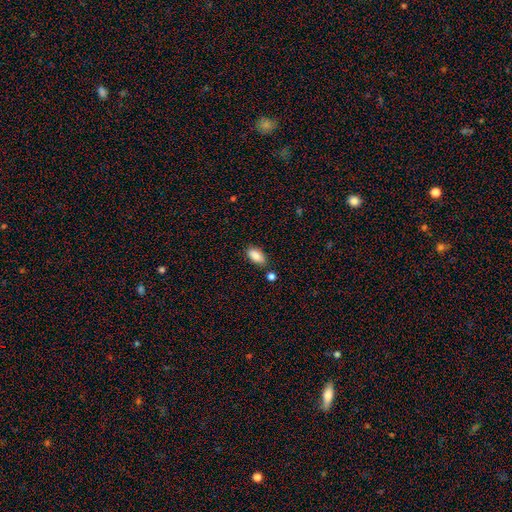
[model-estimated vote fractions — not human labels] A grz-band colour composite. It shows a smooth galaxy with no disk features (86%) that is in between round and cigar-shaped (90%). Merging: none (75%).